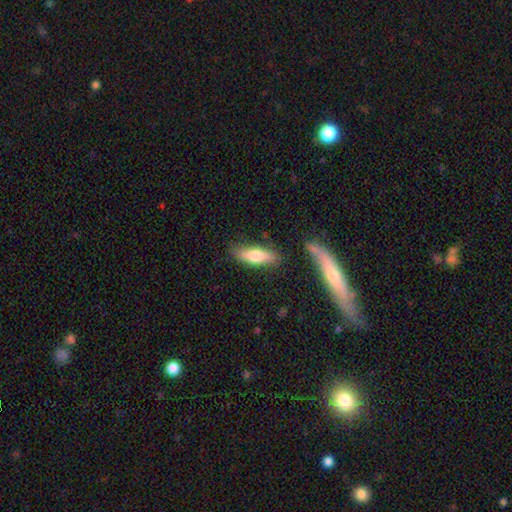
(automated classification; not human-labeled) A smooth galaxy with no disk features (69%) that is in between round and cigar-shaped (51%). Merging: none (78%).